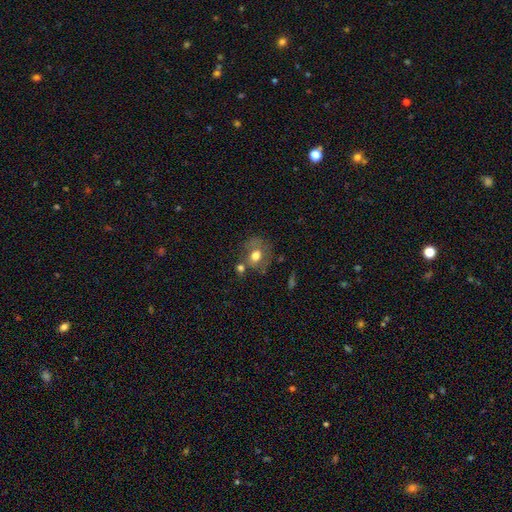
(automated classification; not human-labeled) A smooth galaxy with no disk features (66%) that is round (59%). Merging: none (52%).